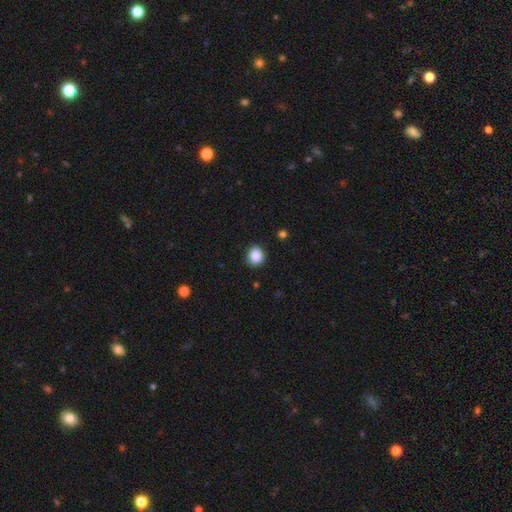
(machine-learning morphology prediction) The model was most divided on "how rounded": round: 77%, in between: 23%, cigar-shaped: 1%. More confident: smooth or featured — smooth (88%); merging — none (88%).